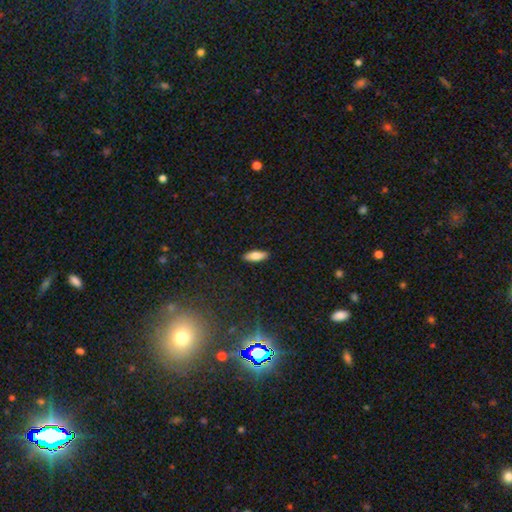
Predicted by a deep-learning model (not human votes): smooth-or-featured: smooth: 80% | featured or disk: 13% | star or artifact: 7%
  how-rounded: in between: 66% | cigar-shaped: 32% | round: 2%
  merging: none: 89% | minor disturbance: 8% | major disturbance: 2% | merger: 1%